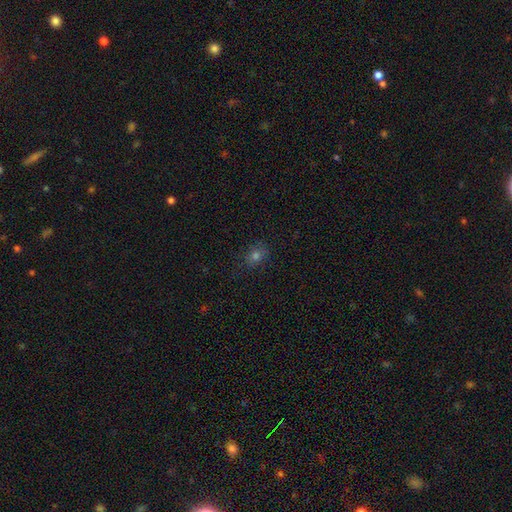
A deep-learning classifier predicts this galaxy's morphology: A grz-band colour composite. It shows a smooth galaxy with no disk features (67%) that is round (55%). Merging: none (82%).